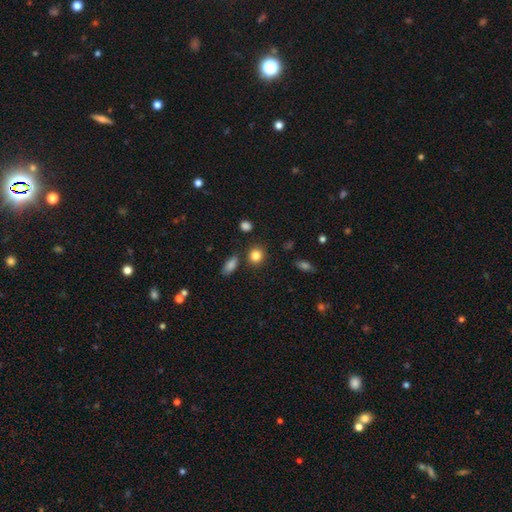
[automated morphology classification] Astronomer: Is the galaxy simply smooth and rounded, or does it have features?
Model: smooth — 84%.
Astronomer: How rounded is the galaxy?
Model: round — 79%.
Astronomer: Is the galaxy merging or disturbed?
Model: none — 83%.